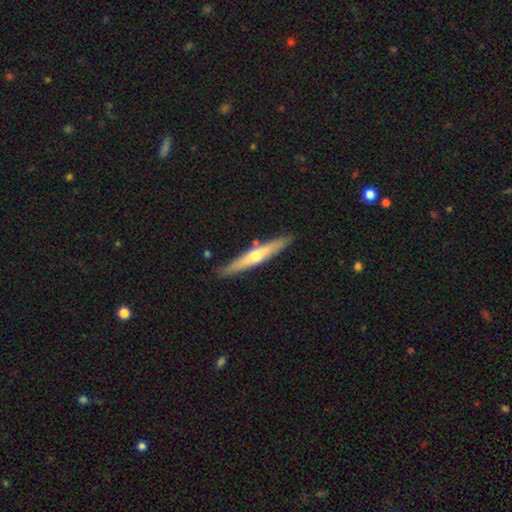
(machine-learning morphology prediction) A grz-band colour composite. It shows a featured or disk galaxy (56%) viewed edge-on (93%) with a rounded central bulge (82%). Merging: none (86%).